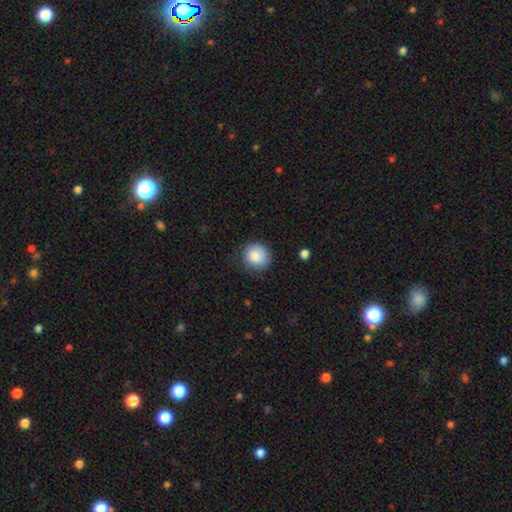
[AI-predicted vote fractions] Overall: smooth (84%). How rounded: round (90%). Merging: none (77%).